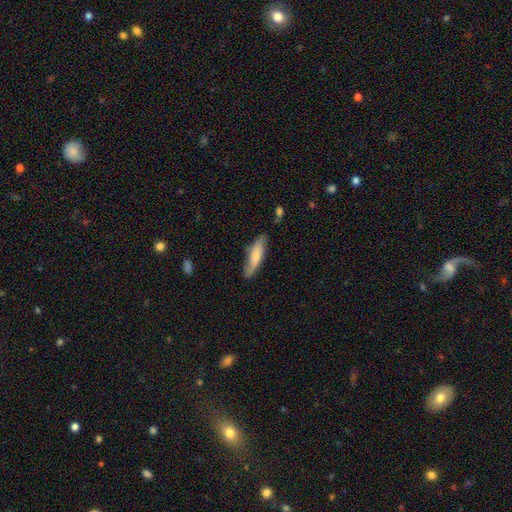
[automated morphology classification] smooth_or_featured: smooth (p=0.61) [alt: featured or disk p=0.34]
how_rounded: cigar-shaped (p=0.68) [alt: in between p=0.30]
merging: none (p=0.75) [alt: minor disturbance p=0.19]